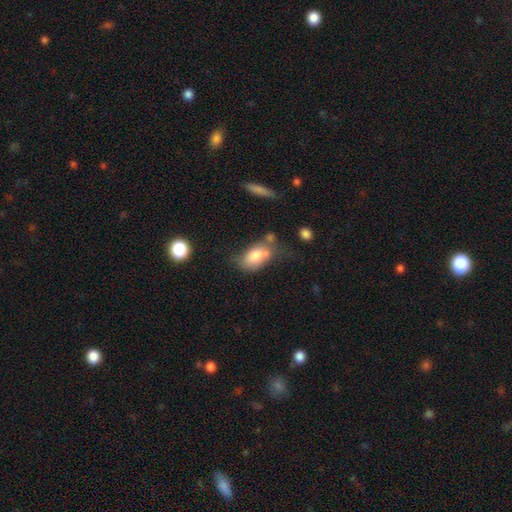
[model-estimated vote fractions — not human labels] Smooth or featured?
  - smooth: 75% *
  - featured or disk: 18%
  - star or artifact: 7%
How rounded?
  - in between: 90% *
  - round: 8%
  - cigar-shaped: 2%
Merging?
  - none: 43% *
  - minor disturbance: 27%
  - merger: 17%
  - major disturbance: 12%